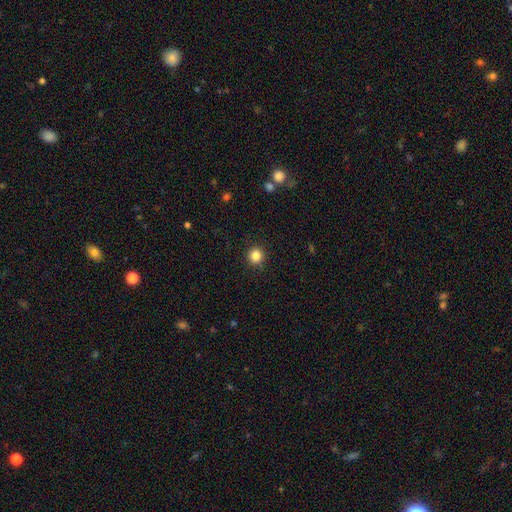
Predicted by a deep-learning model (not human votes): Morphology: type=smooth (85%); roundness=round (93%); merging=none (91%).